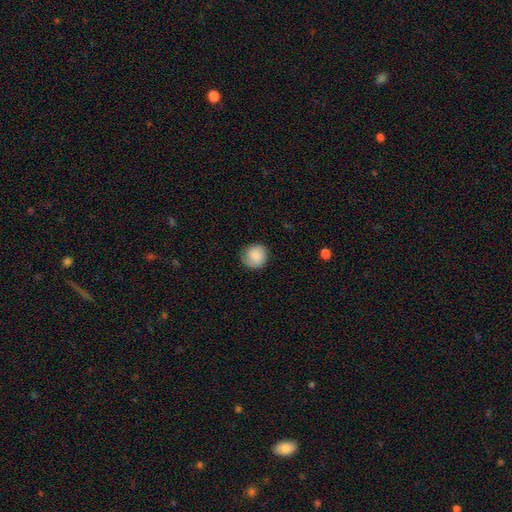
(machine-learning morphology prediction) Smooth or featured? smooth (82%)
How rounded? round (89%)
Merging? none (76%)